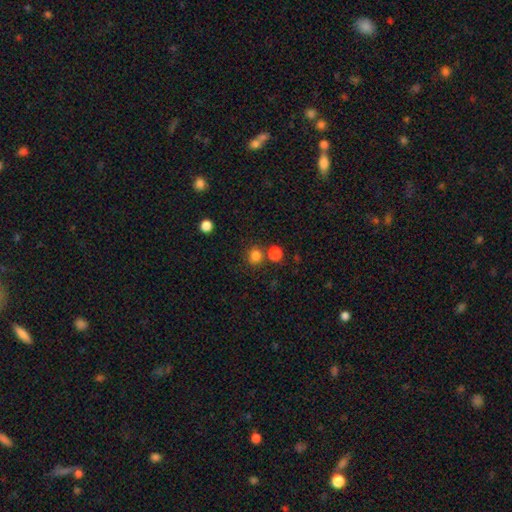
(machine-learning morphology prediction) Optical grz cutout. It shows a smooth galaxy with no disk features (81%) that is round (87%). Merging: none (73%).